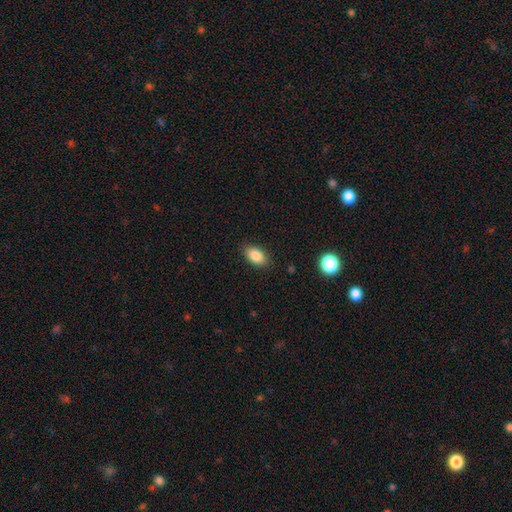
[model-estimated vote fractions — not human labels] This appears to be a smooth galaxy with no disk features (86%) that is in between round and cigar-shaped (91%). Merging: none (87%).